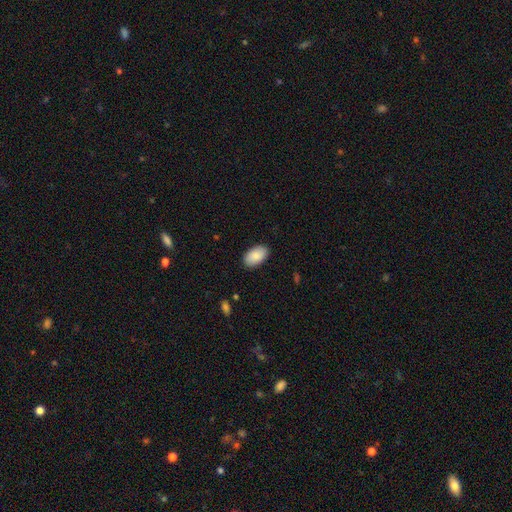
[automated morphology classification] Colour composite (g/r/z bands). It shows a smooth galaxy with no disk features (88%) that is in between round and cigar-shaped (95%). Merging: none (89%).